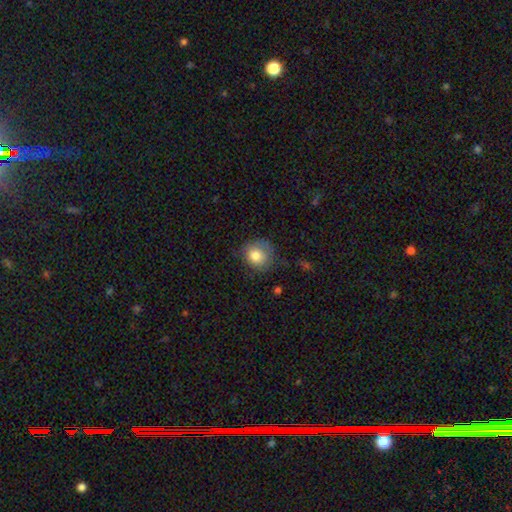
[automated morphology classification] smooth 81%, featured or disk 10%, star or artifact 9%. Down the decision tree: how rounded — round (85%); merging — none (66%).